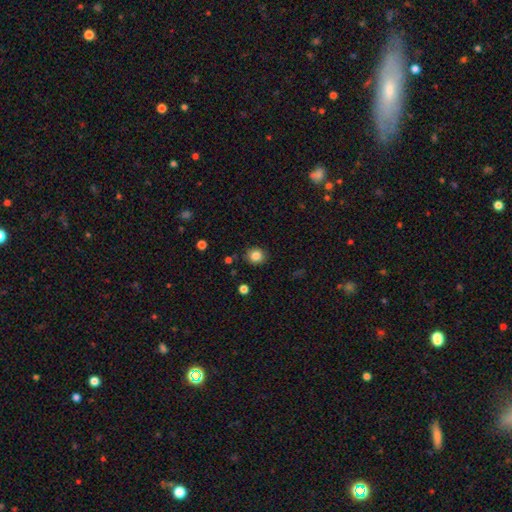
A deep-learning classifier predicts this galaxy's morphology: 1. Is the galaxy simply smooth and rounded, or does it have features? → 84% smooth, 11% star or artifact, 6% featured or disk.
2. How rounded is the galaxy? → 82% round, 17% in between, 1% cigar-shaped.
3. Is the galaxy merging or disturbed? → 87% none, 9% minor disturbance, 2% major disturbance, 2% merger.